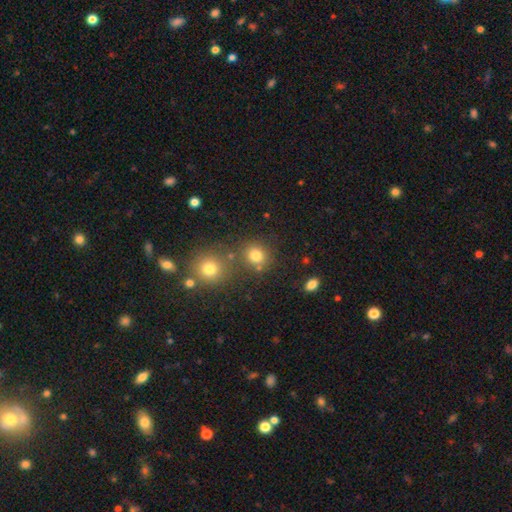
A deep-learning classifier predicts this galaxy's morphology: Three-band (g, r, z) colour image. It shows a smooth galaxy with no disk features (77%) that is round (83%). Merging: none (71%).